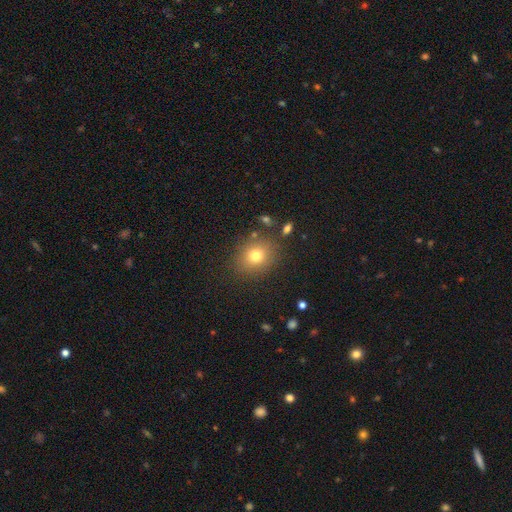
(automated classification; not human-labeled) Overall: smooth (76%). How rounded: round (66%; in between 33%). Merging: none (83%).